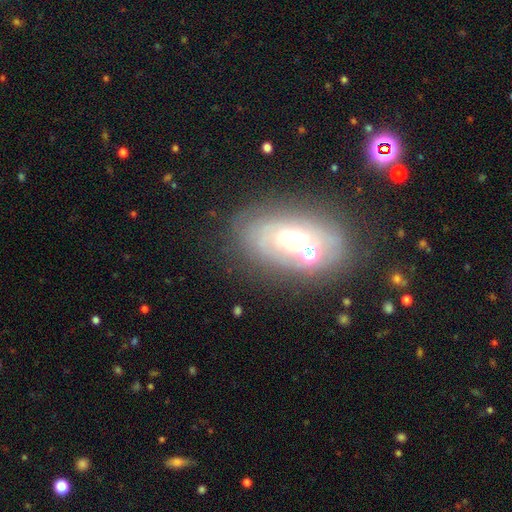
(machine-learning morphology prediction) smooth 40%, featured or disk 38%, star or artifact 21%. Down the decision tree: merging — none (48%).